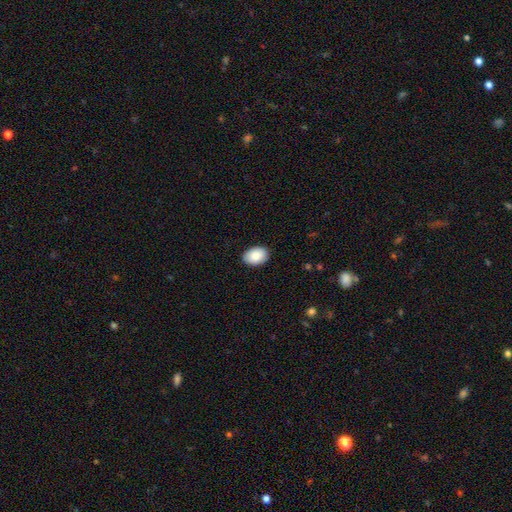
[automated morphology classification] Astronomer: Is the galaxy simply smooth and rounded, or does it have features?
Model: smooth — 89%.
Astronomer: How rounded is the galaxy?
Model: in between — 84%.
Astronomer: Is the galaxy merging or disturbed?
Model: none — 89%.